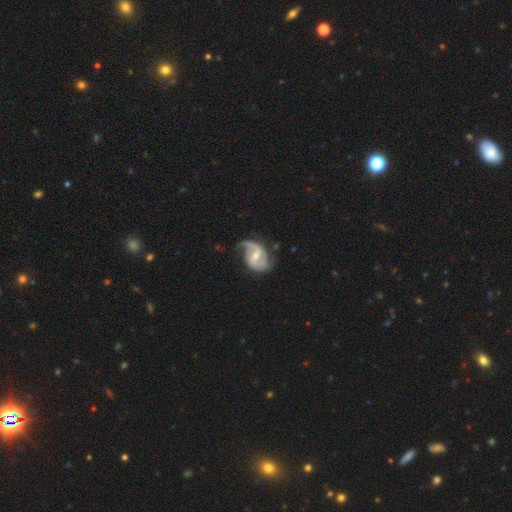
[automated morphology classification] Smooth or featured? Predicted: featured or disk (p=0.87). Edge-on disk? Predicted: no (p=0.98). Bar? Predicted: weak (p=0.53). Spiral arms? Predicted: yes (p=0.95). Spiral winding? Predicted: loose (p=0.43). Spiral arm count? Predicted: 2 (p=0.79). Bulge size? Predicted: moderate (p=0.51). Merging? Predicted: none (p=0.55).